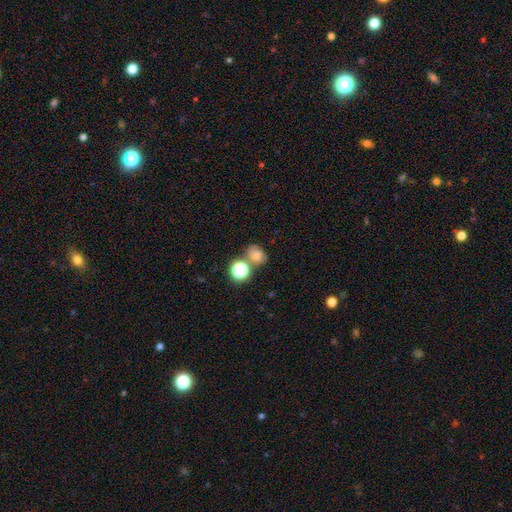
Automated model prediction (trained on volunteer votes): Overall: smooth (68%). How rounded: round (61%; in between 38%). Merging: none (52%; merger 26%).